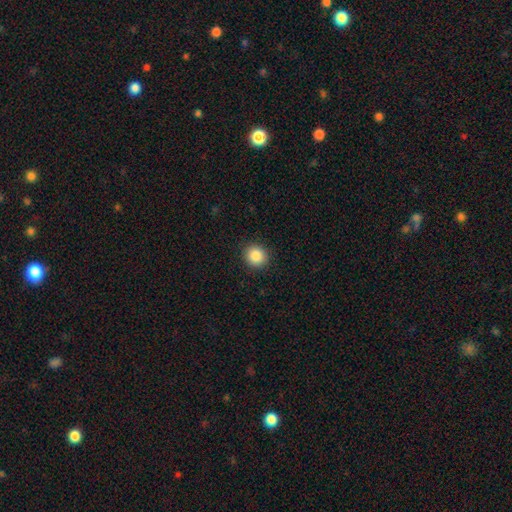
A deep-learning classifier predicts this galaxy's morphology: The model was most divided on "how rounded": round: 87%, in between: 12%, cigar-shaped: 1%. More confident: merging — none (91%); smooth or featured — smooth (87%).